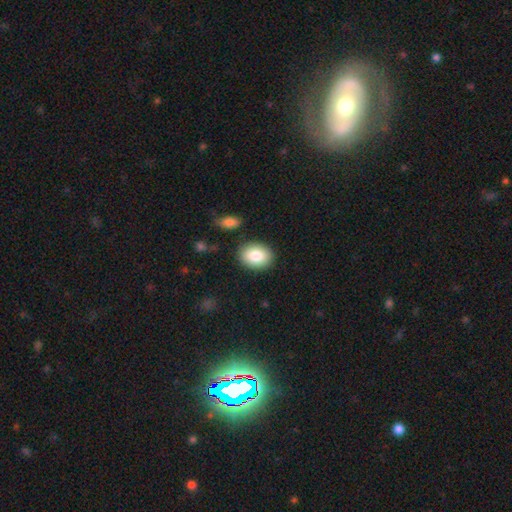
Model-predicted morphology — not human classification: Smooth or featured: smooth — 84% (featured or disk — 9%)
How rounded: in between — 67% (round — 32%)
Merging: none — 87% (minor disturbance — 8%)